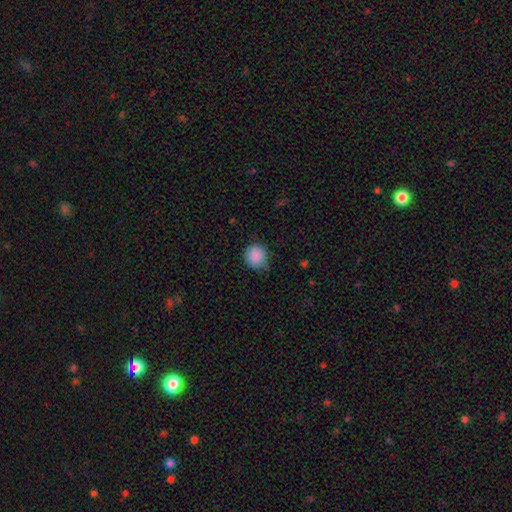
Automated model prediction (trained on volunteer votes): Overall: smooth (88%). How rounded: round (87%). Merging: none (73%).